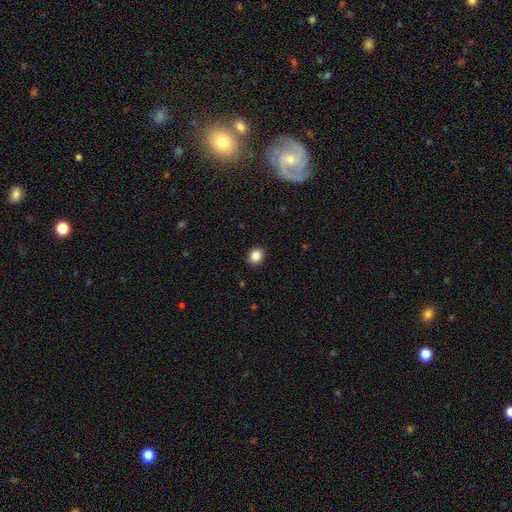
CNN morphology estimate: type=smooth (85%); roundness=round (68%); merging=none (90%).